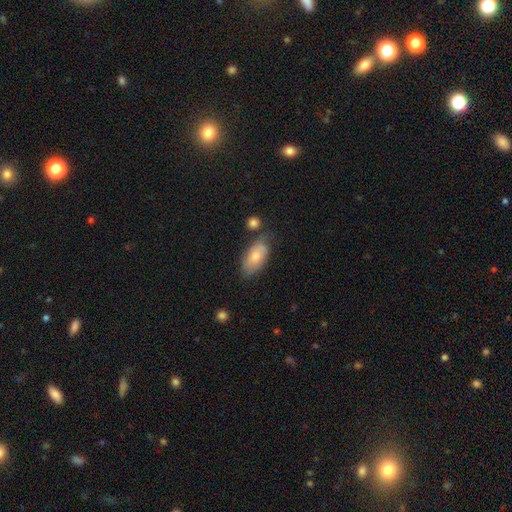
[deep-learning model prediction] The model was most divided on "merging": none: 62%, minor disturbance: 24%, merger: 7%, major disturbance: 6%. More confident: how rounded — in between (92%); smooth or featured — smooth (74%).